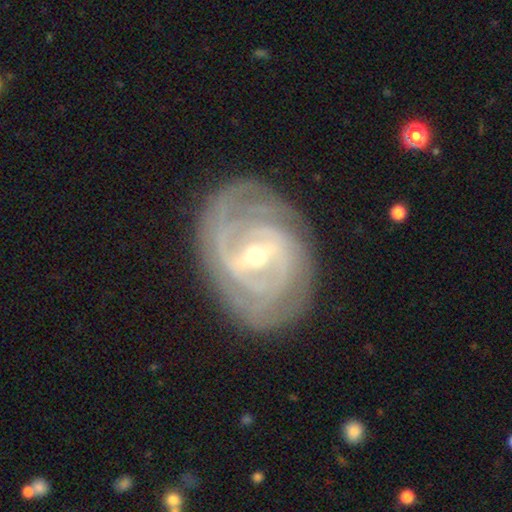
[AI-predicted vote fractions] smooth_or_featured: featured or disk (p=0.90) [alt: smooth p=0.05]
disk_edge_on: no (p=0.96) [alt: yes p=0.04]
bar: strong (p=0.46) [alt: weak p=0.42]
has_spiral_arms: yes (p=0.96) [alt: no p=0.04]
spiral_winding: tight (p=0.74) [alt: medium p=0.22]
spiral_arm_count: can't tell (p=0.28) [alt: 2 p=0.24]
bulge_size: small (p=0.56) [alt: moderate p=0.41]
merging: none (p=0.80) [alt: minor disturbance p=0.14]